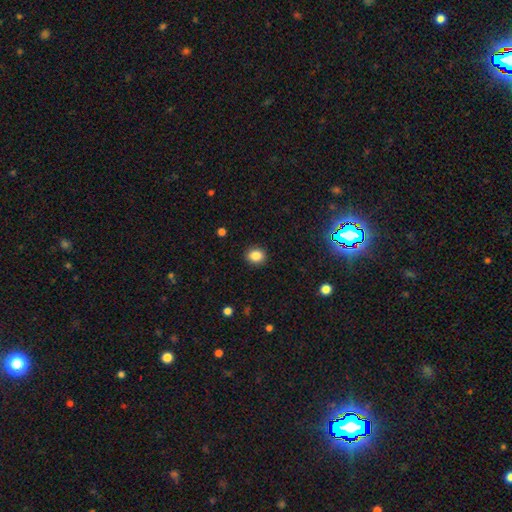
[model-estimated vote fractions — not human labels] The model was most divided on "how rounded": round: 70%, in between: 29%, cigar-shaped: 1%. More confident: merging — none (91%); smooth or featured — smooth (85%).